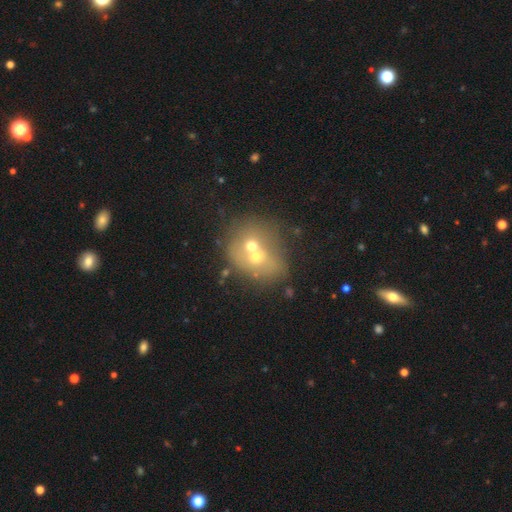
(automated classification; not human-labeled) This appears to be a smooth galaxy with no disk features (49%). Merging: merger (65%).